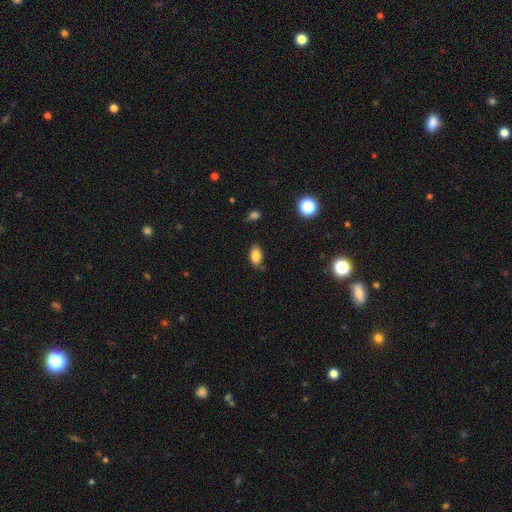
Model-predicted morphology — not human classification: smooth_or_featured: smooth (p=0.84) [alt: star or artifact p=0.10]
how_rounded: in between (p=0.91) [alt: round p=0.06]
merging: none (p=0.77) [alt: minor disturbance p=0.18]